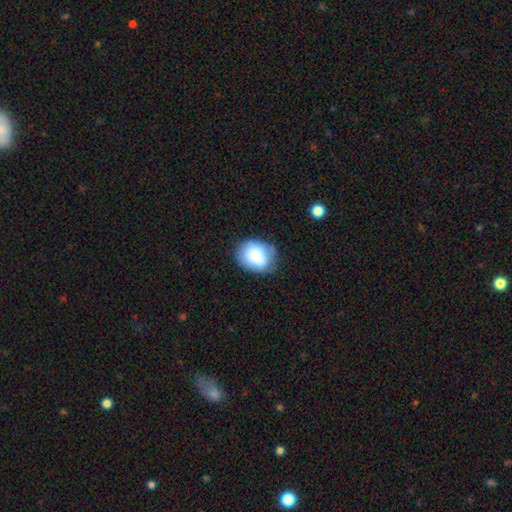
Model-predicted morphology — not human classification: Smooth or featured: smooth — 81% (featured or disk — 12%)
How rounded: in between — 58% (round — 41%)
Merging: none — 71% (minor disturbance — 22%)